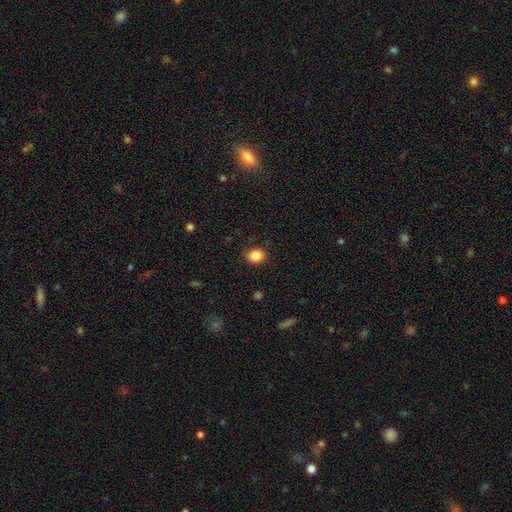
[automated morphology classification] Q: Smooth or featured?
A: smooth (86%); runner-up: star or artifact (10%)
Q: How rounded?
A: round (58%); runner-up: in between (41%)
Q: Merging?
A: none (87%); runner-up: minor disturbance (9%)